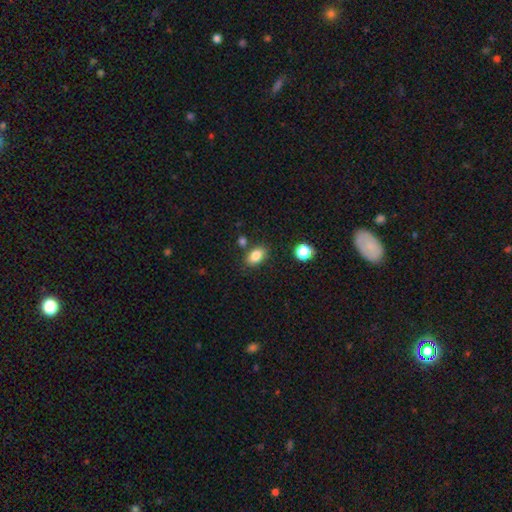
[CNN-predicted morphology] A smooth galaxy with no disk features (84%) that is in between round and cigar-shaped (85%). Merging: none (79%).